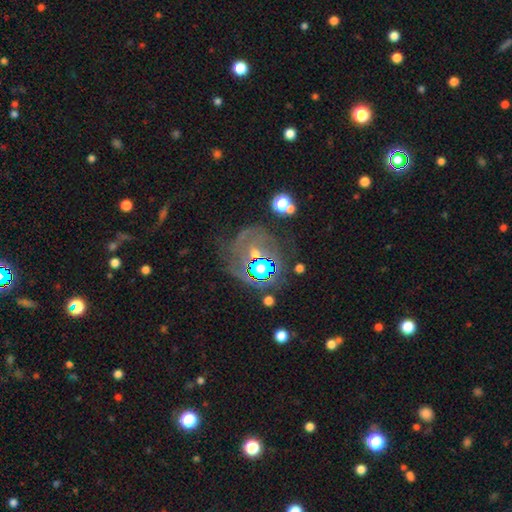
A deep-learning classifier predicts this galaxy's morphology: type=featured or disk (39%); merging=none (49%).